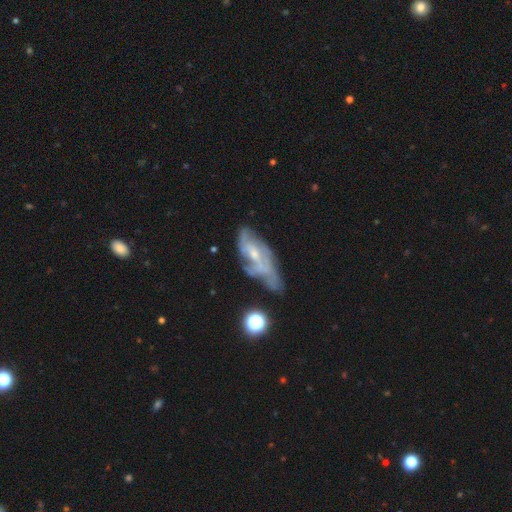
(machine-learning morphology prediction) Smooth or featured? featured or disk (73%)
Edge-on disk? no (88%)
Bar? no (51%)
Spiral arms? yes (77%)
Bulge size? small (55%)
Merging? none (40%)